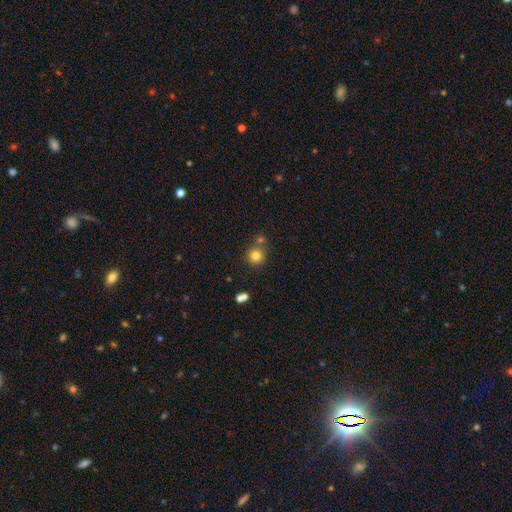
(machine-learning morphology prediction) The model was most divided on "merging": none: 71%, merger: 17%, minor disturbance: 9%, major disturbance: 3%. More confident: how rounded — round (92%); smooth or featured — smooth (80%).